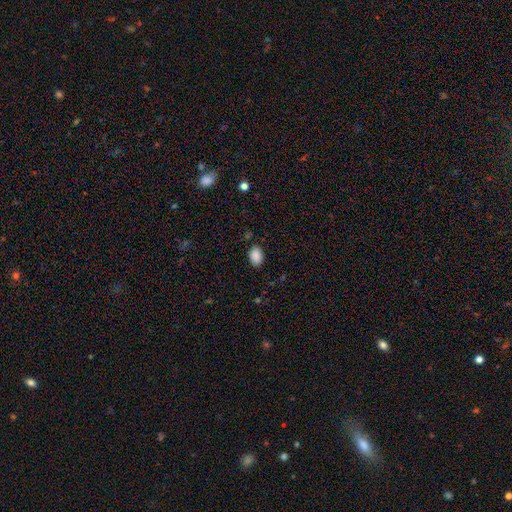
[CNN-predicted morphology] Smooth or featured? Predicted: smooth (p=0.89). How rounded? Predicted: in between (p=0.81). Merging? Predicted: none (p=0.85).